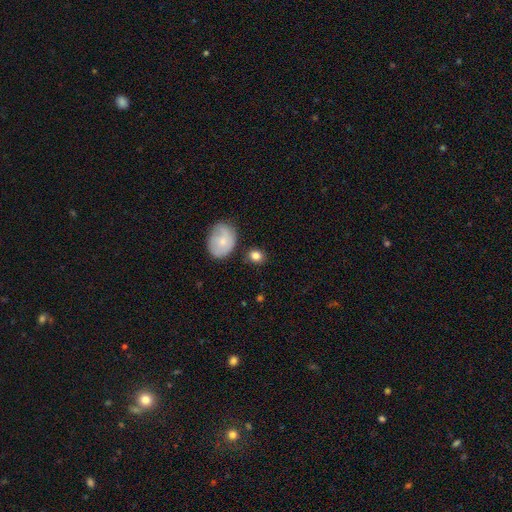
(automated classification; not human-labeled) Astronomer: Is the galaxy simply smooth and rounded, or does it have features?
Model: smooth — 84%.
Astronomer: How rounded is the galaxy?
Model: round — 70%.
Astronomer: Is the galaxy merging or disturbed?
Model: none — 77%.